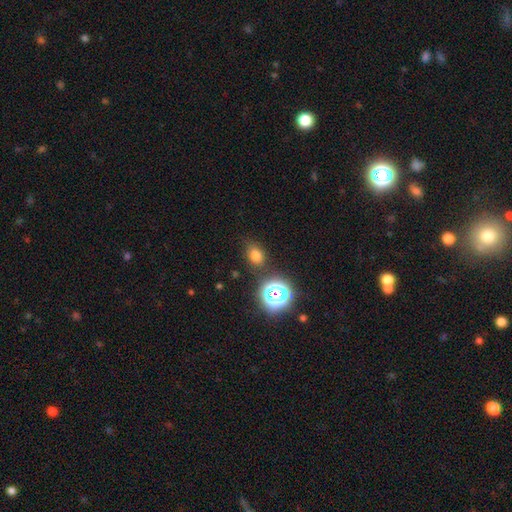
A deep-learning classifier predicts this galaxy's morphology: smooth-or-featured: smooth: 70% | star or artifact: 23% | featured or disk: 7%
  how-rounded: in between: 59% | round: 40% | cigar-shaped: 1%
  merging: none: 77% | minor disturbance: 13% | merger: 6% | major disturbance: 4%